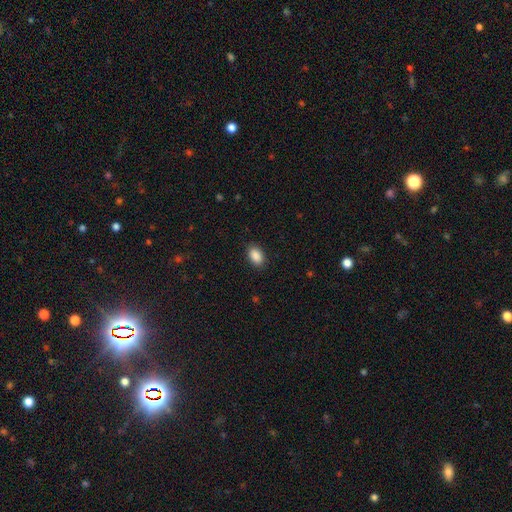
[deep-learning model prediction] This appears to be a smooth galaxy with no disk features (90%) that is in between round and cigar-shaped (91%). Merging: none (88%).